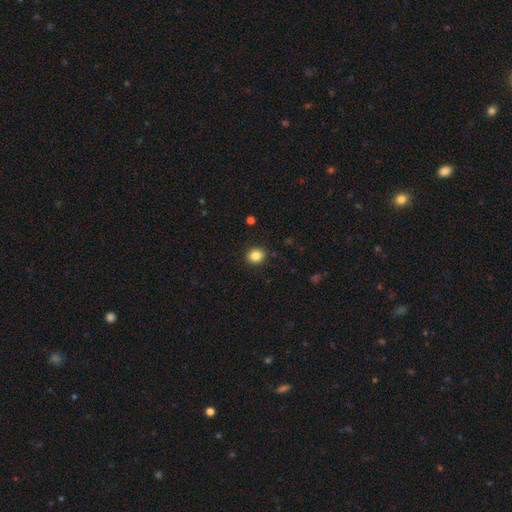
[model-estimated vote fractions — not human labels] This appears to be a smooth galaxy with no disk features (85%) that is round (73%). Merging: none (90%).